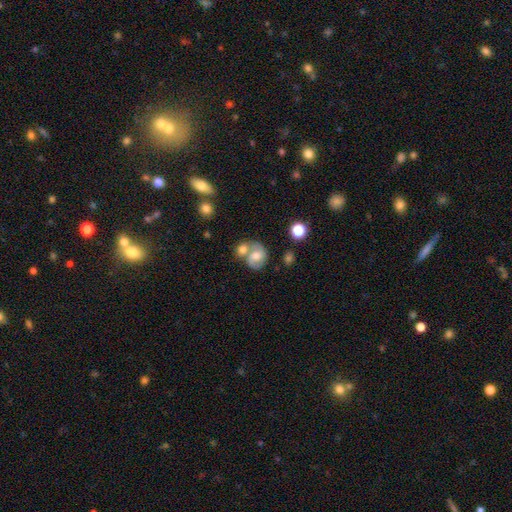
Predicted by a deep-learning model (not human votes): Smooth or featured?
  - featured or disk: 49% *
  - smooth: 42%
  - star or artifact: 9%
Merging?
  - merger: 44% *
  - none: 38%
  - minor disturbance: 12%
  - major disturbance: 6%